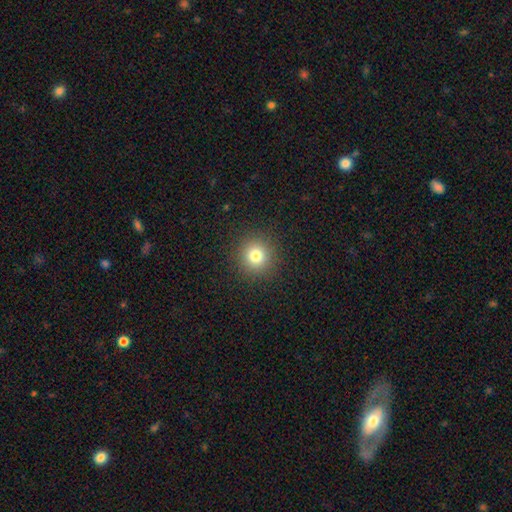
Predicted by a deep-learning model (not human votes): Smooth or featured? Predicted: smooth (p=0.79). How rounded? Predicted: round (p=0.94). Merging? Predicted: none (p=0.91).